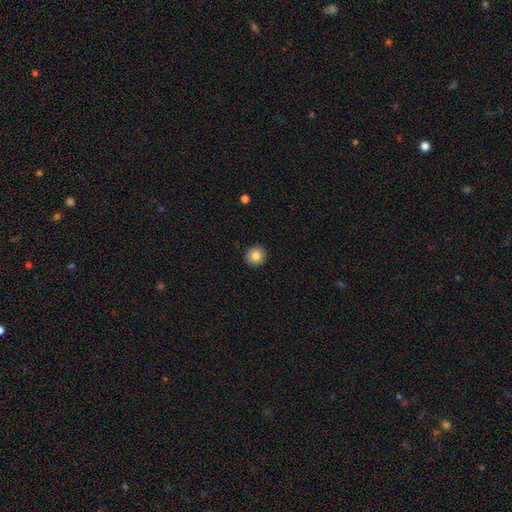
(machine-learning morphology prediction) Smooth or featured: smooth — 83% (star or artifact — 9%)
How rounded: round — 89% (in between — 10%)
Merging: none — 92% (minor disturbance — 5%)